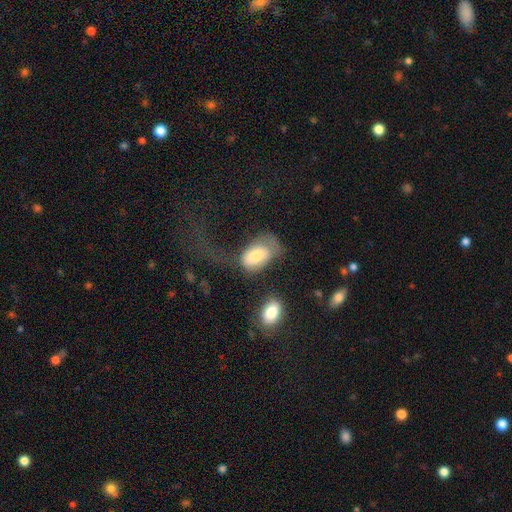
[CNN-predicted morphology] A smooth galaxy with no disk features (72%) that is in between round and cigar-shaped (92%).

Vote fractions:
- Smooth or featured? smooth: 72% / featured or disk: 21% / star or artifact: 7%
- How rounded? in between: 92% / round: 6% / cigar-shaped: 2%
- Merging? major disturbance: 47% / none: 22% / minor disturbance: 21% / merger: 10%